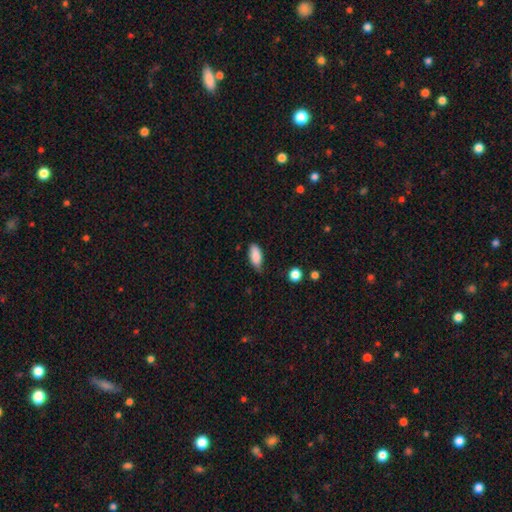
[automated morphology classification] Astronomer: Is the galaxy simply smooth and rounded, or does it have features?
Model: smooth — 87%.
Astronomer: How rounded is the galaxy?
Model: in between — 86%.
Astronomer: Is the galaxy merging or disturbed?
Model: none — 59% (runner-up: minor disturbance, 34%).